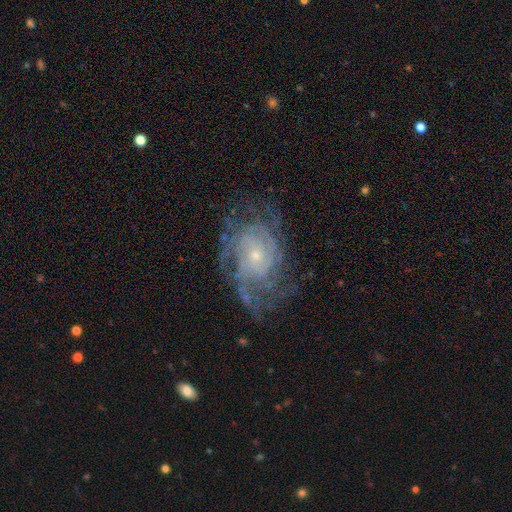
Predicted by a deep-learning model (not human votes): smooth_or_featured: featured or disk (p=0.83) [alt: smooth p=0.09]
disk_edge_on: no (p=0.97) [alt: yes p=0.03]
bar: no (p=0.76) [alt: weak p=0.20]
has_spiral_arms: yes (p=0.92) [alt: no p=0.08]
spiral_winding: tight (p=0.64) [alt: medium p=0.29]
spiral_arm_count: can't tell (p=0.39) [alt: 4 p=0.16]
bulge_size: small (p=0.75) [alt: moderate p=0.20]
merging: none (p=0.66) [alt: minor disturbance p=0.19]